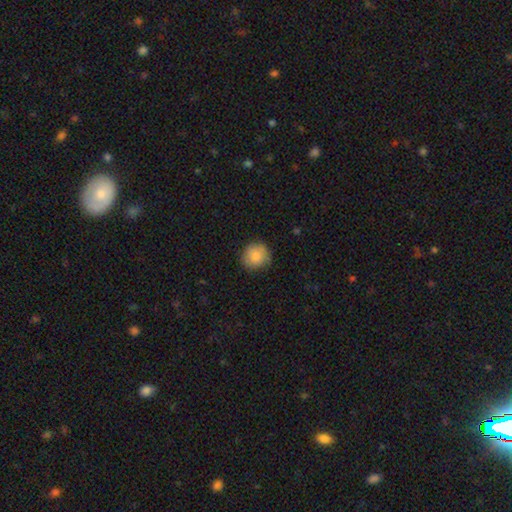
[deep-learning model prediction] Smooth or featured? smooth (83%)
How rounded? round (91%)
Merging? none (82%)